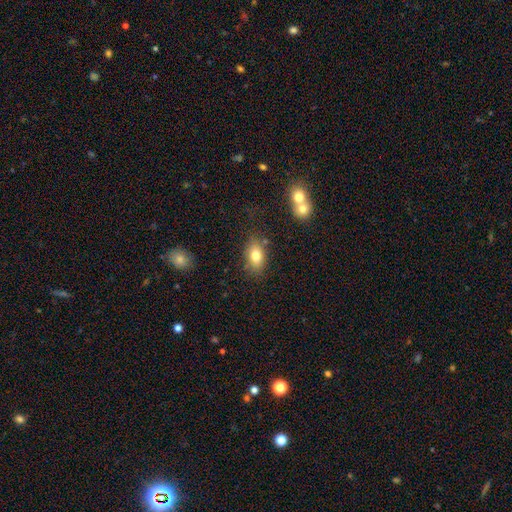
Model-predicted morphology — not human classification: Smooth or featured? Predicted: smooth (p=0.77). How rounded? Predicted: in between (p=0.84). Merging? Predicted: none (p=0.76).